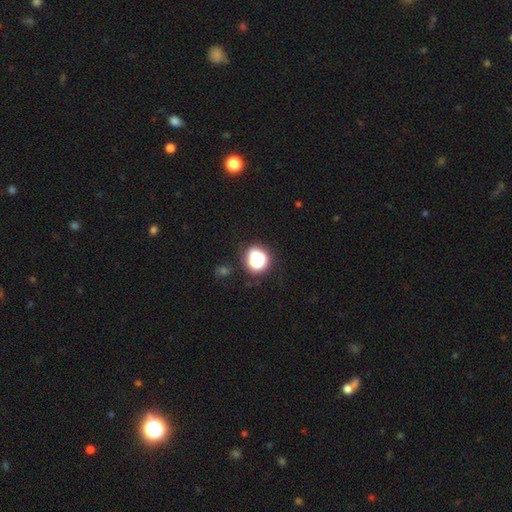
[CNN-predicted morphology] smooth 67%, star or artifact 23%, featured or disk 9%. Down the decision tree: how rounded — round (80%); merging — none (70%).